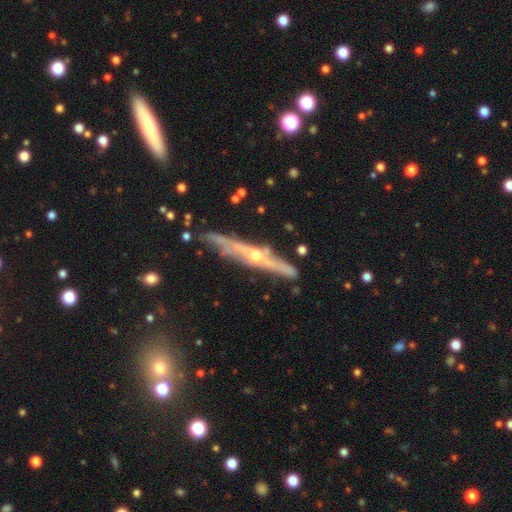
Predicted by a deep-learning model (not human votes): Smooth or featured? featured or disk (79%)
Edge-on disk? yes (91%)
Edge-on bulge? rounded (80%)
Merging? none (77%)